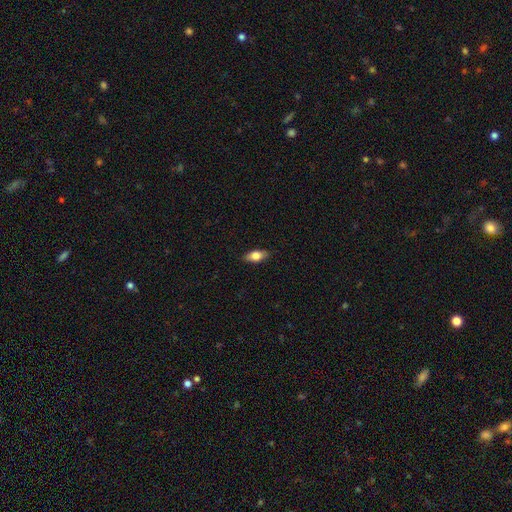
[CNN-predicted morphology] A smooth galaxy with no disk features (74%) that is in between round and cigar-shaped (82%).

Vote fractions:
- Smooth or featured? smooth: 74% / featured or disk: 19% / star or artifact: 7%
- How rounded? in between: 82% / cigar-shaped: 14% / round: 4%
- Merging? none: 86% / minor disturbance: 11% / major disturbance: 2% / merger: 1%